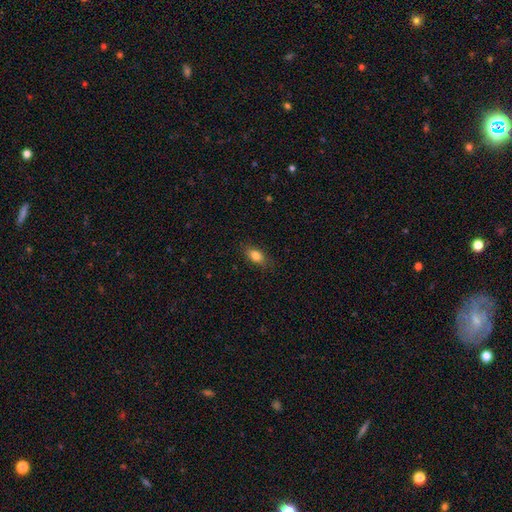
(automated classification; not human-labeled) A smooth galaxy with no disk features (82%) that is in between round and cigar-shaped (84%).

Vote fractions:
- Smooth or featured? smooth: 82% / featured or disk: 10% / star or artifact: 9%
- How rounded? in between: 84% / round: 8% / cigar-shaped: 8%
- Merging? none: 84% / minor disturbance: 12% / major disturbance: 3% / merger: 1%